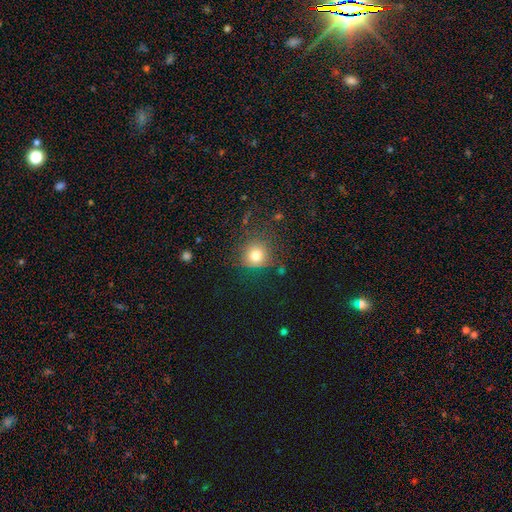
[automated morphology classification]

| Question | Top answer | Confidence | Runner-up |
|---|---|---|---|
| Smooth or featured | smooth | 77% | star or artifact (14%) |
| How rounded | round | 89% | in between (10%) |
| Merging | none | 74% | minor disturbance (16%) |